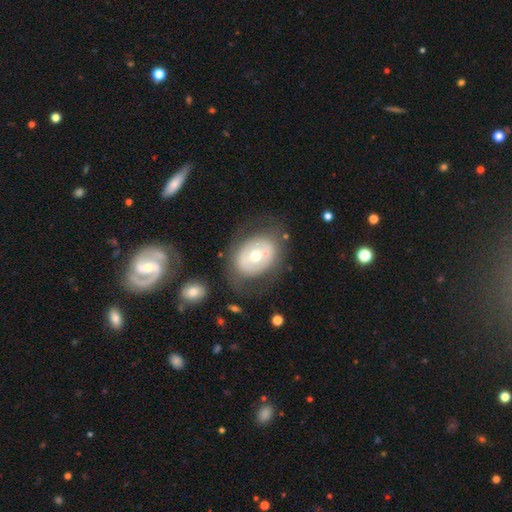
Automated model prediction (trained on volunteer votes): smooth-or-featured: featured or disk: 49% | smooth: 44% | star or artifact: 7%
  merging: none: 70% | minor disturbance: 16% | major disturbance: 11% | merger: 4%